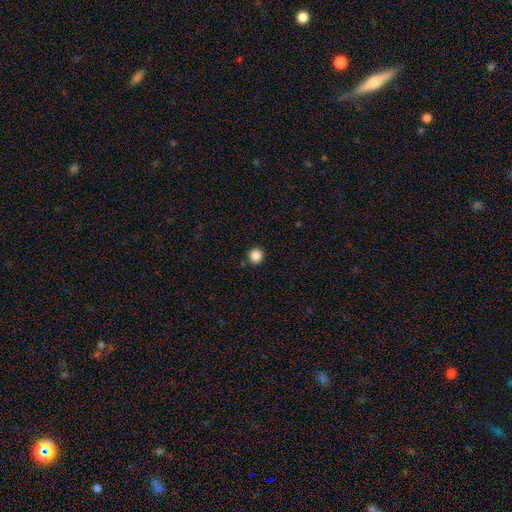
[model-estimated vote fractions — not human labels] smooth_or_featured: smooth (p=0.87) [alt: star or artifact p=0.11]
how_rounded: round (p=0.95) [alt: in between p=0.04]
merging: none (p=0.90) [alt: minor disturbance p=0.06]